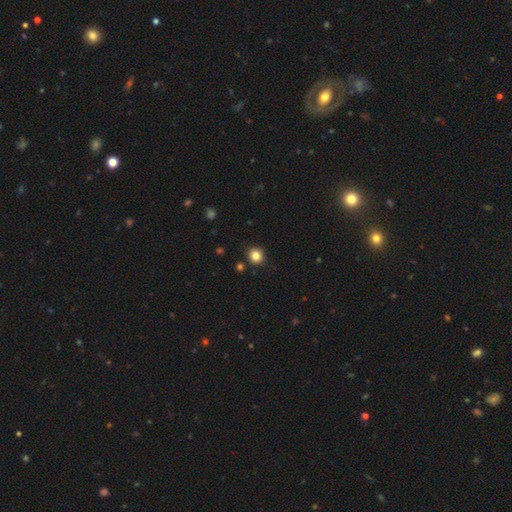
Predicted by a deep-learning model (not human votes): Smooth or featured? Predicted: smooth (p=0.84). How rounded? Predicted: round (p=0.86). Merging? Predicted: none (p=0.89).